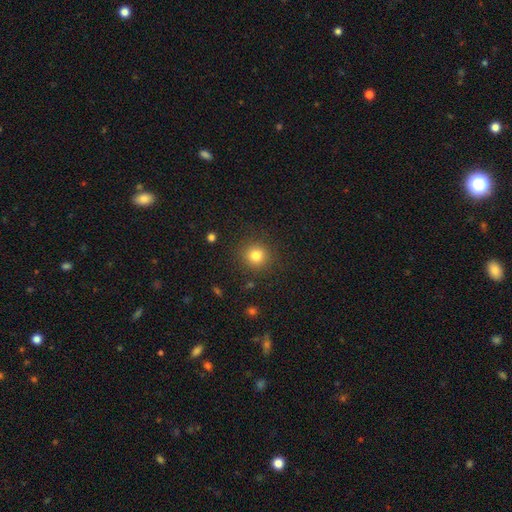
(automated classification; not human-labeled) Smooth or featured?
  - smooth: 80% *
  - star or artifact: 13%
  - featured or disk: 7%
How rounded?
  - round: 89% *
  - in between: 10%
  - cigar-shaped: 1%
Merging?
  - none: 88% *
  - minor disturbance: 8%
  - major disturbance: 3%
  - merger: 2%